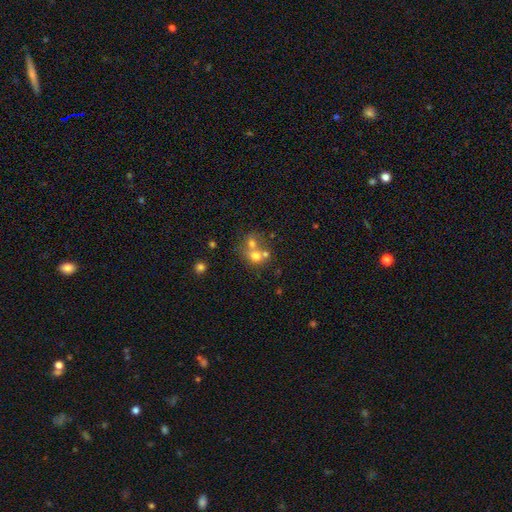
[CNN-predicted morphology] smooth 63%, featured or disk 22%, star or artifact 16%. Down the decision tree: how rounded — round (72%); merging — merger (56%).